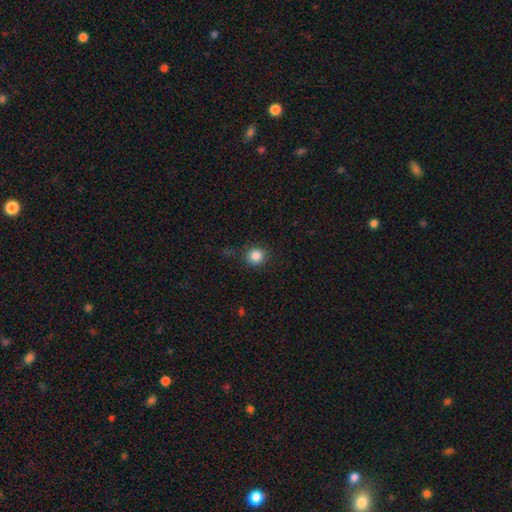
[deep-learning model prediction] Morphology: type=smooth (85%); roundness=round (91%); merging=none (86%).